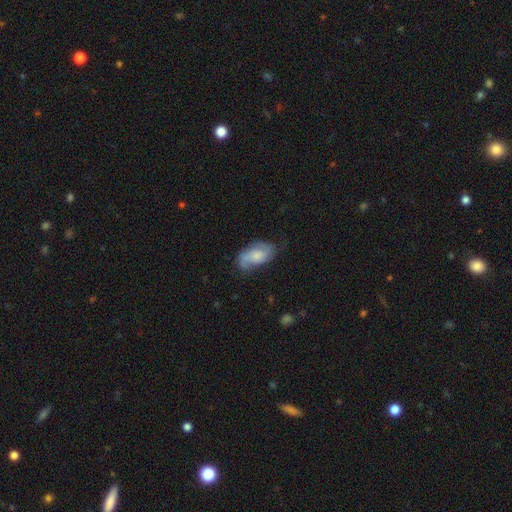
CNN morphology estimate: Smooth or featured: featured or disk — 53% (smooth — 40%)
Edge-on disk: no — 94% (yes — 6%)
Merging: none — 59% (minor disturbance — 28%)